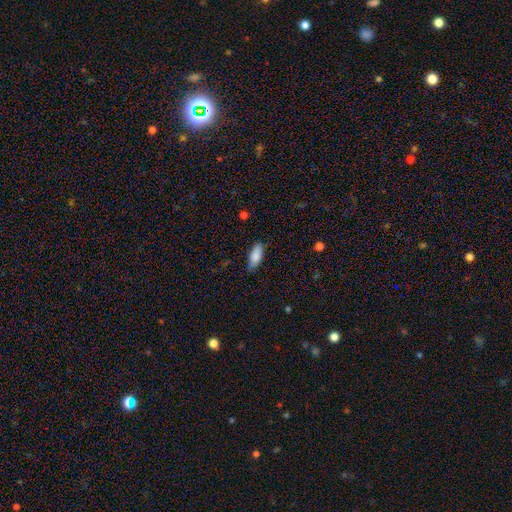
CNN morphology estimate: Q: Smooth or featured?
A: smooth (85%); runner-up: featured or disk (8%)
Q: How rounded?
A: in between (82%); runner-up: cigar-shaped (16%)
Q: Merging?
A: none (79%); runner-up: minor disturbance (16%)